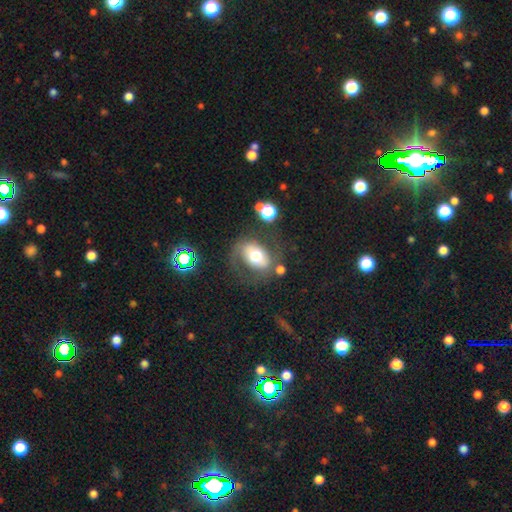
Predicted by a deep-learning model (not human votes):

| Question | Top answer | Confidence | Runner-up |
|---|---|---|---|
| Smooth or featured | smooth | 47% | featured or disk (42%) |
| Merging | none | 61% | minor disturbance (18%) |